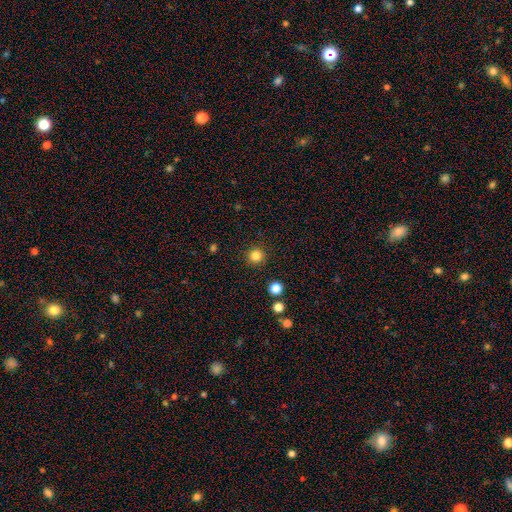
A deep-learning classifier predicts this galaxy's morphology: The model was most divided on "smooth or featured": smooth: 83%, star or artifact: 12%, featured or disk: 4%. More confident: how rounded — round (95%); merging — none (92%).